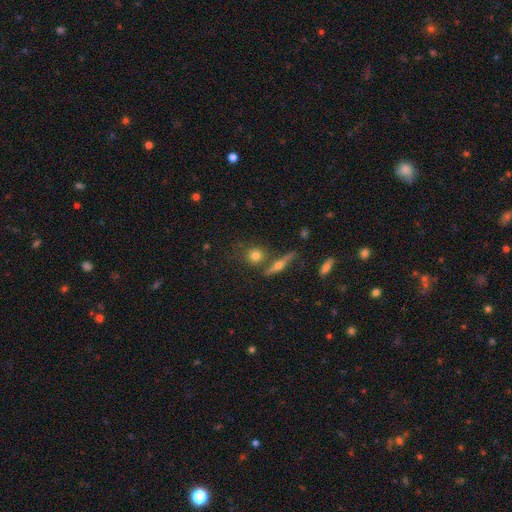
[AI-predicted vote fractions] Smooth or featured?
  - smooth: 68% *
  - featured or disk: 21%
  - star or artifact: 11%
How rounded?
  - round: 82% *
  - in between: 13%
  - cigar-shaped: 5%
Merging?
  - none: 70% *
  - merger: 17%
  - minor disturbance: 10%
  - major disturbance: 4%